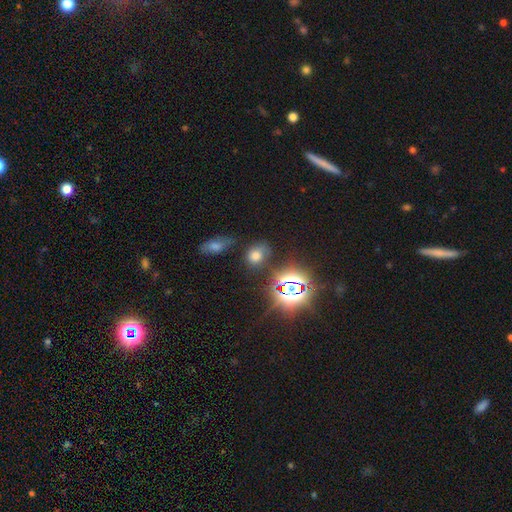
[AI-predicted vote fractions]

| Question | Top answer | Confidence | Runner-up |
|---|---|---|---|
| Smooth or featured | smooth | 61% | star or artifact (29%) |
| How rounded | in between | 58% | round (40%) |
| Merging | none | 68% | minor disturbance (18%) |